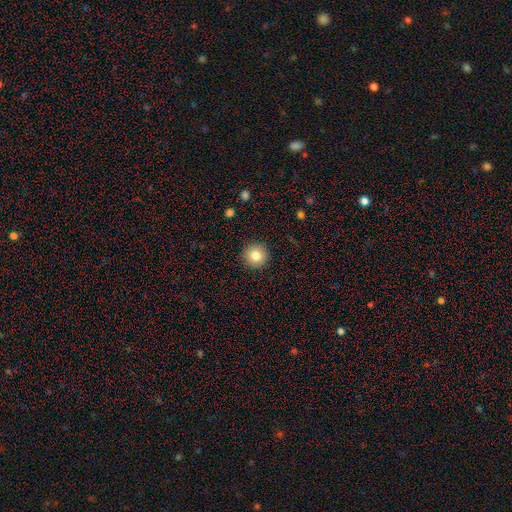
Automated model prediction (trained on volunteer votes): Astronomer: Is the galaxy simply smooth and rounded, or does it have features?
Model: smooth — 81%.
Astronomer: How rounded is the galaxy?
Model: round — 96%.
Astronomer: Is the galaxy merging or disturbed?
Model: none — 92%.